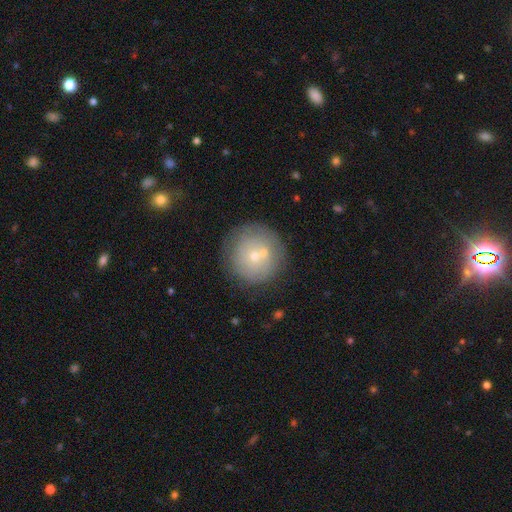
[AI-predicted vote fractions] Smooth or featured? smooth (63%)
How rounded? round (95%)
Merging? none (65%)